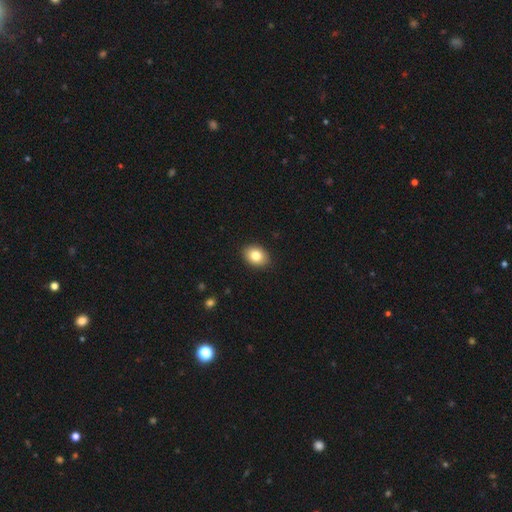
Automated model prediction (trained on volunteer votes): Overall: smooth (83%). How rounded: in between (68%; round 31%). Merging: none (89%).